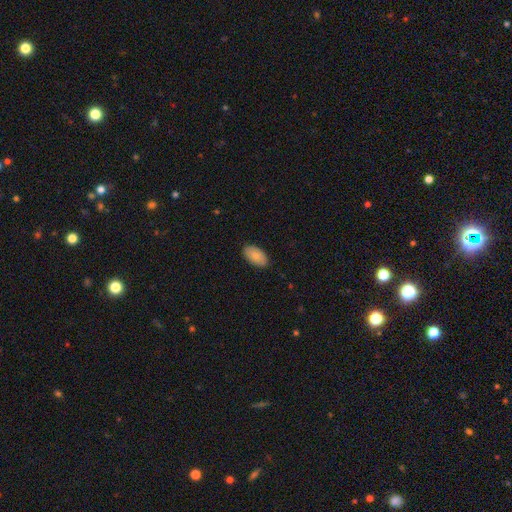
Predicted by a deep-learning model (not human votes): Smooth or featured? smooth (83%)
How rounded? in between (95%)
Merging? none (85%)